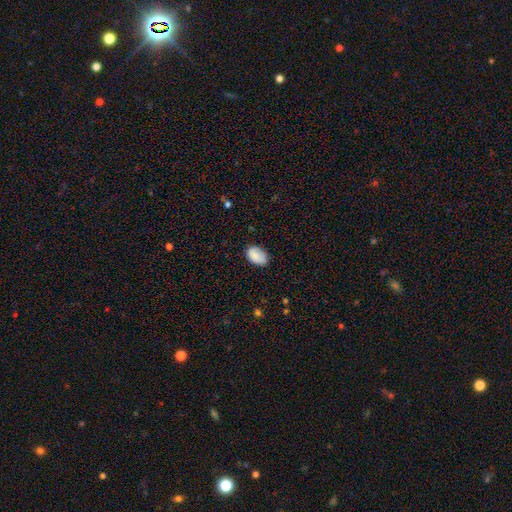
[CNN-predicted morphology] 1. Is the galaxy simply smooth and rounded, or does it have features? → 86% smooth, 7% star or artifact, 7% featured or disk.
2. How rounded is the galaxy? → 88% in between, 11% round, 1% cigar-shaped.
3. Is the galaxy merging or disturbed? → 76% none, 19% minor disturbance, 4% major disturbance, 1% merger.